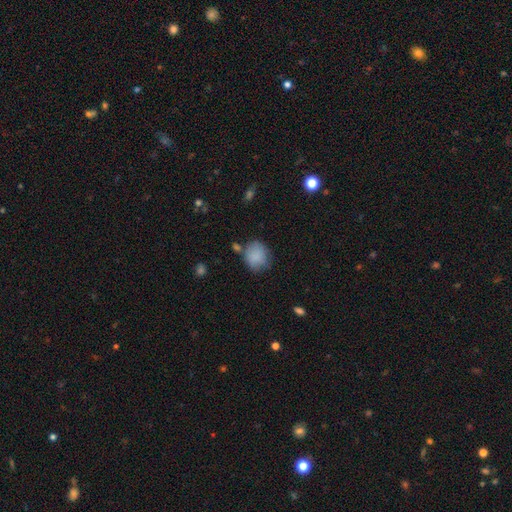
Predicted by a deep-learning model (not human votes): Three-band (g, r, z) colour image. It shows a smooth galaxy with no disk features (85%) that is round (70%). Merging: none (63%).